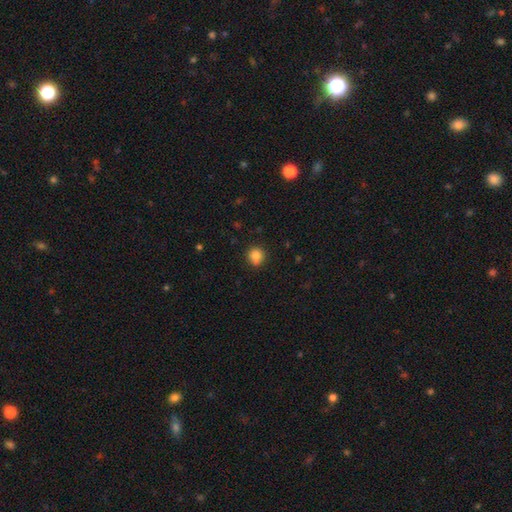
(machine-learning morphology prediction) smooth_or_featured: smooth (p=0.85) [alt: star or artifact p=0.11]
how_rounded: round (p=0.89) [alt: in between p=0.10]
merging: none (p=0.85) [alt: minor disturbance p=0.11]